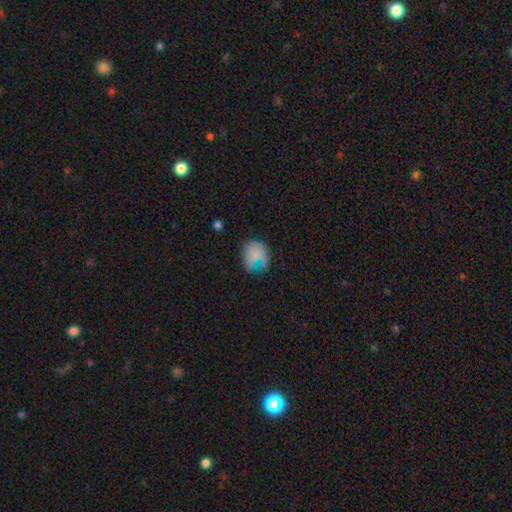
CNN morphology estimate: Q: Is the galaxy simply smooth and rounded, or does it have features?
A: smooth — 66%.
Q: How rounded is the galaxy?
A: round — 62%.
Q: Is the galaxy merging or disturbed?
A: none — 45%.